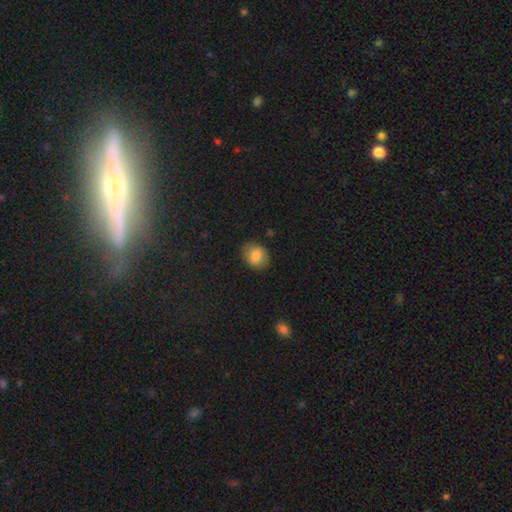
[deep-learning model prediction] A smooth galaxy with no disk features (82%) that is round (56%).

Vote fractions:
- Smooth or featured? smooth: 82% / featured or disk: 9% / star or artifact: 9%
- How rounded? round: 56% / in between: 43% / cigar-shaped: 1%
- Merging? none: 82% / minor disturbance: 14% / major disturbance: 3% / merger: 1%